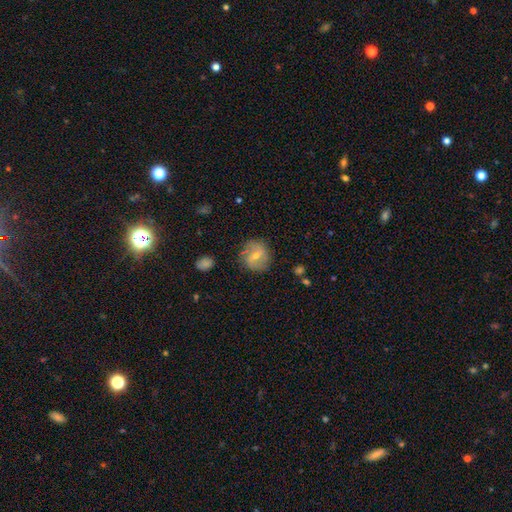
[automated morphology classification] Q: Smooth or featured?
A: smooth (46%); tied with: featured or disk (46%)
Q: Merging?
A: none (77%); runner-up: minor disturbance (16%)